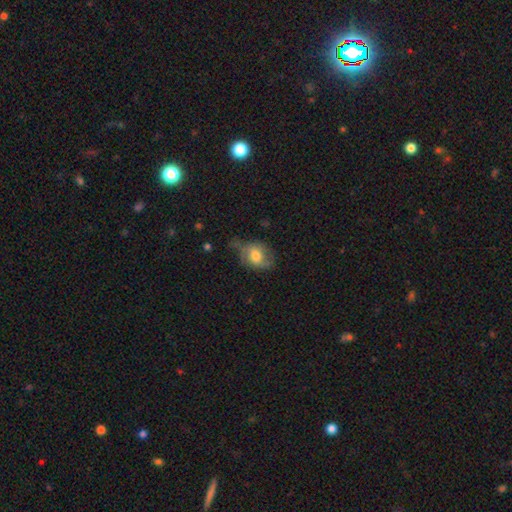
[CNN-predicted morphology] Smooth or featured: smooth — 57% (featured or disk — 35%)
How rounded: in between — 65% (round — 34%)
Merging: none — 45% (minor disturbance — 33%)